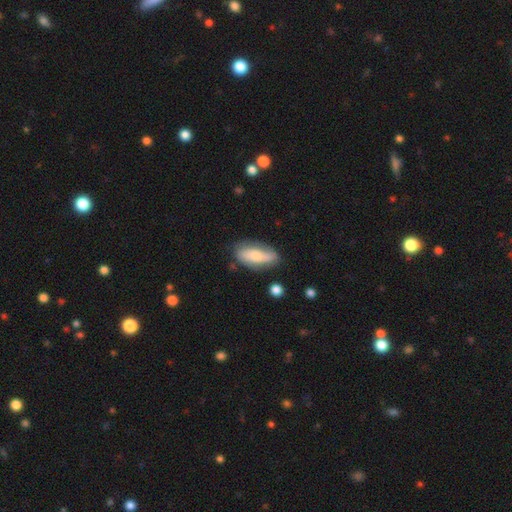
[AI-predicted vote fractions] Smooth or featured? Predicted: smooth (p=0.60). How rounded? Predicted: in between (p=0.80). Merging? Predicted: none (p=0.68).